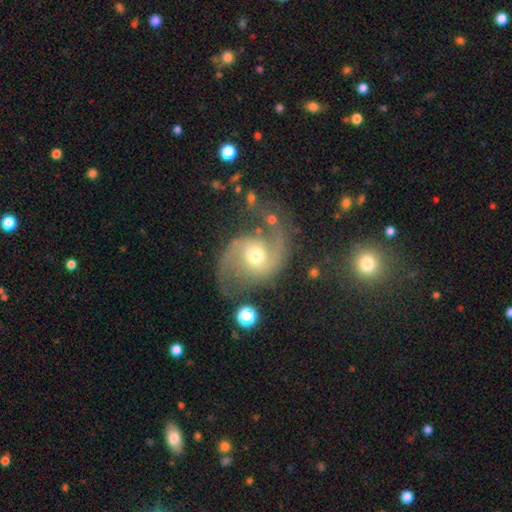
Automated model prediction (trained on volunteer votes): This is clearly a featured or disk galaxy (87%). It is clearly not viewed edge-on (98%). Bar: likely no (63%). Spiral arm pattern: clearly yes (97%). Spiral arm count: clearly 2 (92%). Spiral winding: possibly medium (47%). Central bulge: likely moderate (69%). Merging: likely none (61%).